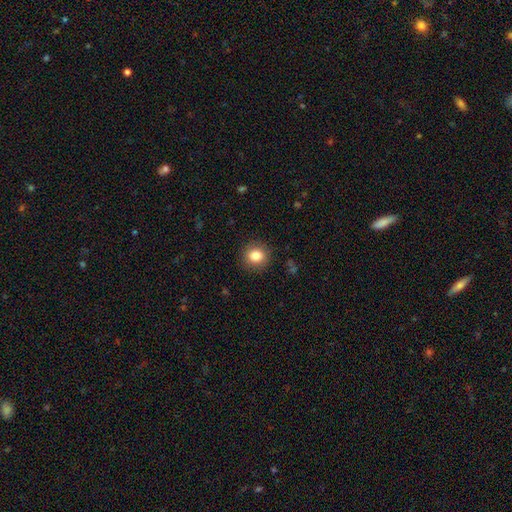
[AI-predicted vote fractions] Smooth or featured?
  - smooth: 84% *
  - star or artifact: 10%
  - featured or disk: 7%
How rounded?
  - round: 87% *
  - in between: 12%
  - cigar-shaped: 1%
Merging?
  - none: 89% *
  - minor disturbance: 7%
  - major disturbance: 3%
  - merger: 1%